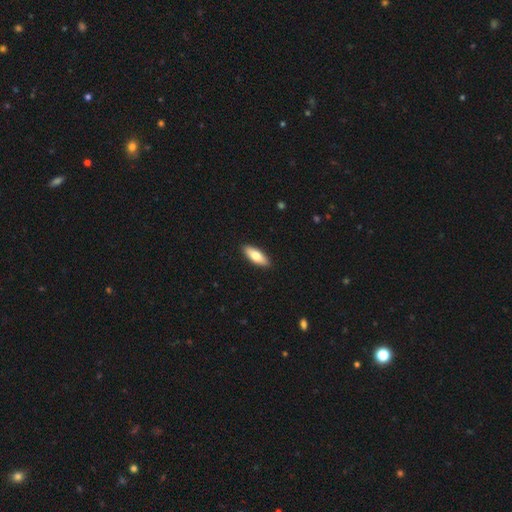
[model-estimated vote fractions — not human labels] A smooth galaxy with no disk features (73%) that is in between round and cigar-shaped (68%).

Vote fractions:
- Smooth or featured? smooth: 73% / featured or disk: 22% / star or artifact: 5%
- How rounded? in between: 68% / cigar-shaped: 29% / round: 2%
- Merging? none: 91% / minor disturbance: 7% / major disturbance: 1% / merger: 1%